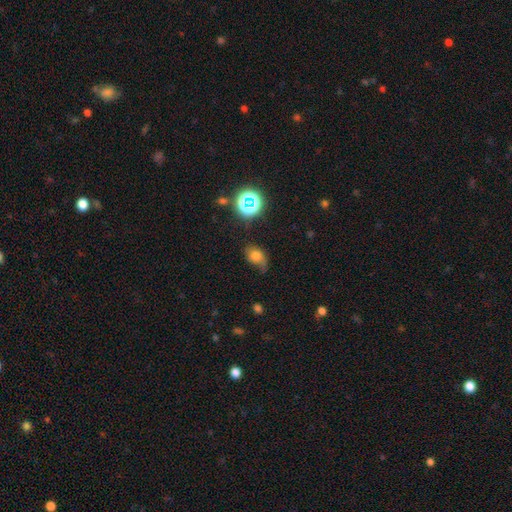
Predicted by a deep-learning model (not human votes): Overall: smooth (65%). How rounded: in between (64%; round 34%). Merging: none (42%; minor disturbance 35%).